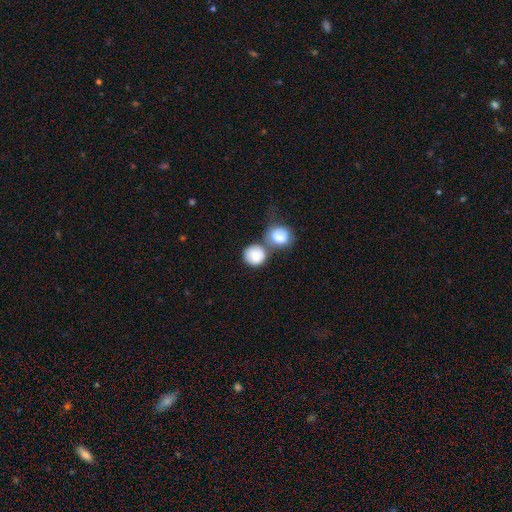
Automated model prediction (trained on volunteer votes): Smooth or featured? smooth (78%)
How rounded? round (86%)
Merging? none (45%)